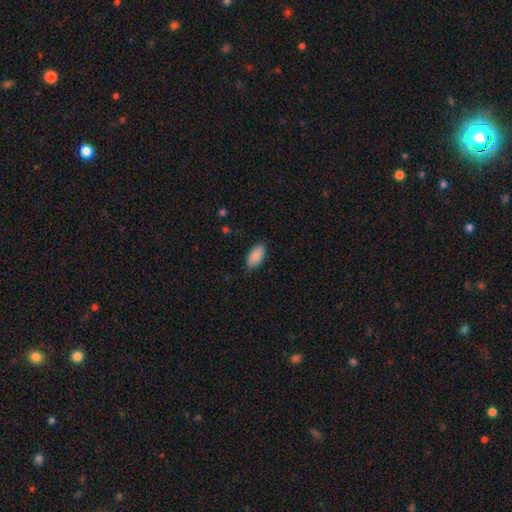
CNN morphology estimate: Smooth or featured: smooth — 90% (star or artifact — 6%)
How rounded: in between — 93% (cigar-shaped — 5%)
Merging: none — 82% (minor disturbance — 14%)